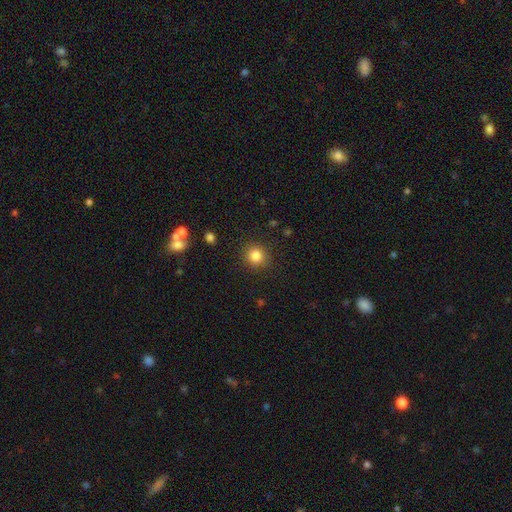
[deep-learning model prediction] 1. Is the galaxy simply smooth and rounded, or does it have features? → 84% smooth, 11% star or artifact, 5% featured or disk.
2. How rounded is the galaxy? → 91% round, 8% in between, 1% cigar-shaped.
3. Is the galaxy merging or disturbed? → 89% none, 7% minor disturbance, 3% major disturbance, 1% merger.